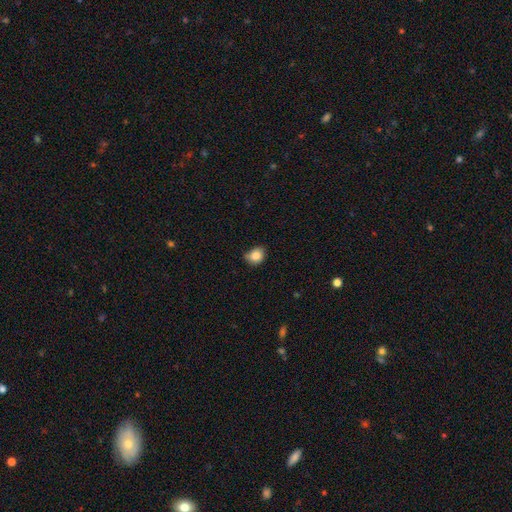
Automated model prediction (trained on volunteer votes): smooth 86%, star or artifact 9%, featured or disk 5%. Down the decision tree: how rounded — round (58%); merging — none (62%).